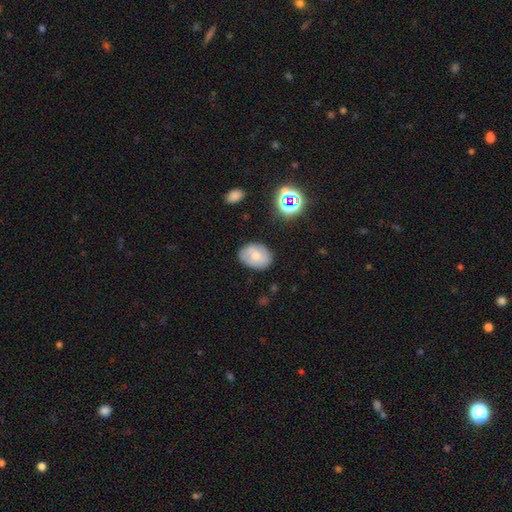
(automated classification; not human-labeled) Morphology: type=smooth (66%); roundness=in between (75%); merging=none (80%).